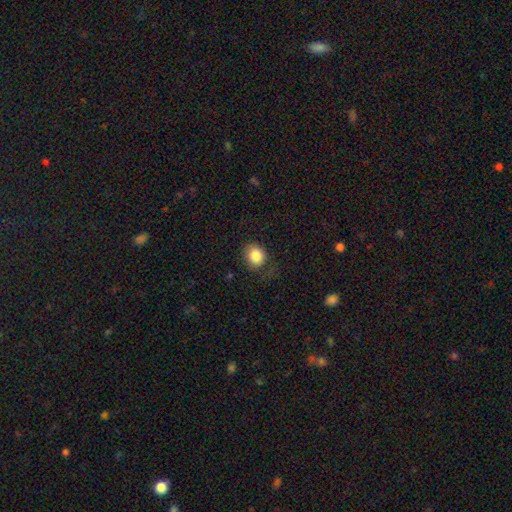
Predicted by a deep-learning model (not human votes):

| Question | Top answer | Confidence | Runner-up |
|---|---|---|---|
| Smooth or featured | smooth | 84% | star or artifact (9%) |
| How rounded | round | 63% | in between (36%) |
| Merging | none | 68% | minor disturbance (21%) |